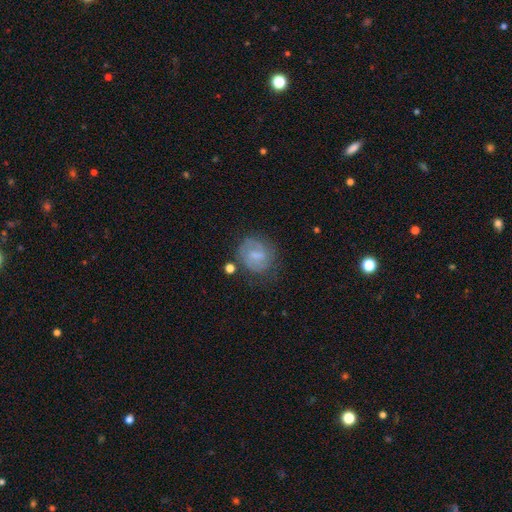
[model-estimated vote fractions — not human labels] Morphology: type=featured or disk (53%); edge-on=no (97%); bar=weak (56%); spiral arms=yes (76%); bulge=small (42%); merging=none (64%).